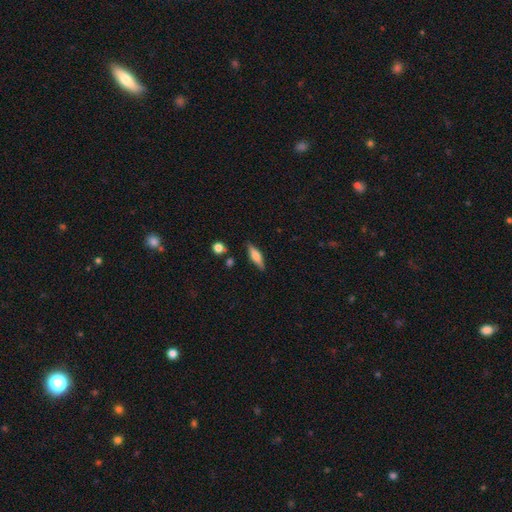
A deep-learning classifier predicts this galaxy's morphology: Smooth or featured? Predicted: smooth (p=0.53). How rounded? Predicted: cigar-shaped (p=0.58). Merging? Predicted: none (p=0.83).